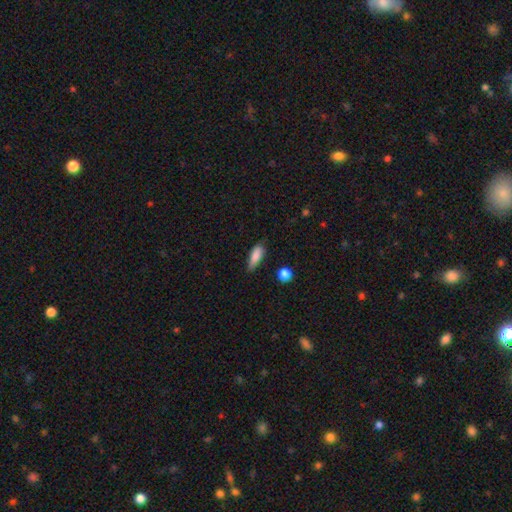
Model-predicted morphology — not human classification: Smooth or featured? smooth (84%)
How rounded? in between (66%)
Merging? none (67%)